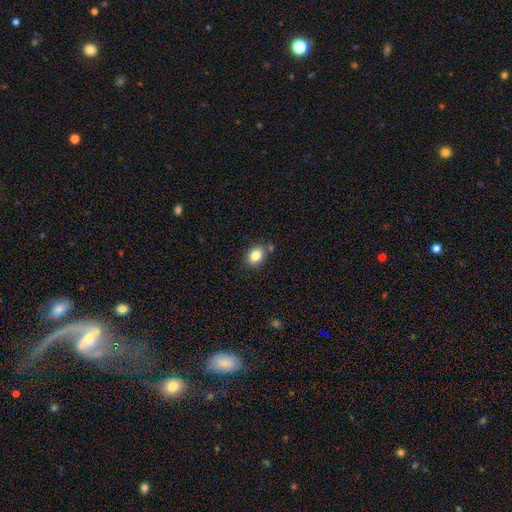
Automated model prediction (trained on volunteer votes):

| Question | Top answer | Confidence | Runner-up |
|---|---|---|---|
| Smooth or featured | smooth | 84% | star or artifact (9%) |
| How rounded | in between | 57% | round (42%) |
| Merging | none | 78% | minor disturbance (12%) |